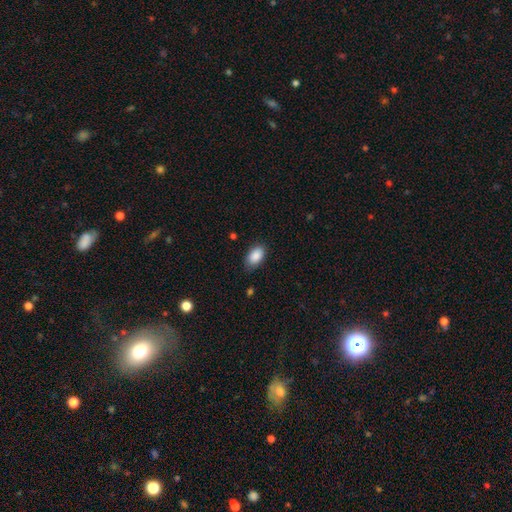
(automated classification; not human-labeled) A smooth galaxy with no disk features (89%) that is in between round and cigar-shaped (93%). Merging: none (81%).